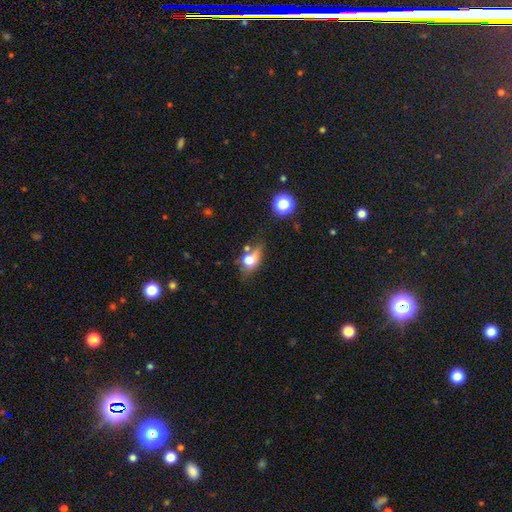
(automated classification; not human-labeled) Smooth or featured: smooth — 68% (featured or disk — 20%)
How rounded: in between — 61% (round — 33%)
Merging: none — 45% (minor disturbance — 28%)